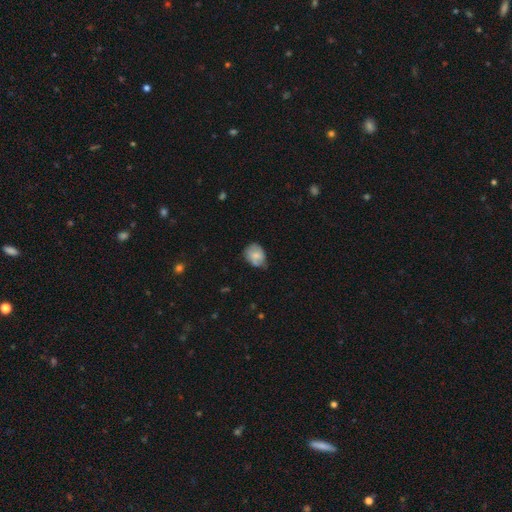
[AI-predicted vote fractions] Overall: smooth (73%). How rounded: in between (57%; round 42%). Merging: none (51%; minor disturbance 39%).